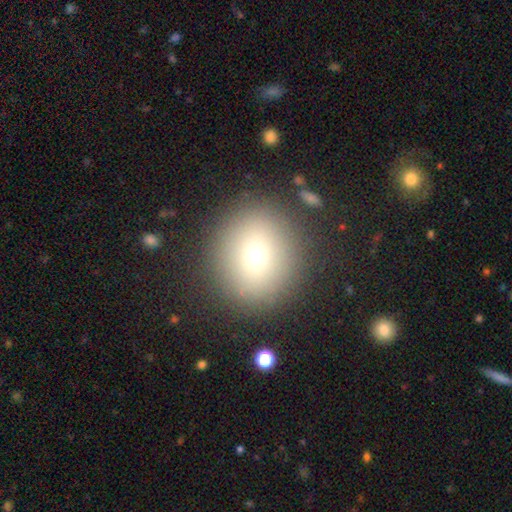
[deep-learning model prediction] Morphology: type=smooth (74%); roundness=round (83%); merging=none (85%).